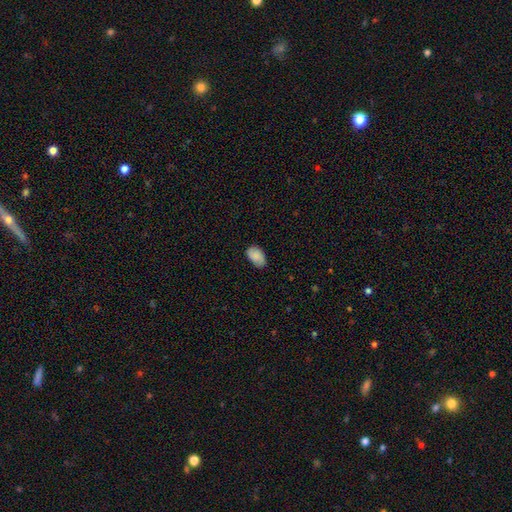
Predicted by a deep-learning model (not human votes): The model was most divided on "merging": none: 77%, minor disturbance: 19%, major disturbance: 3%, merger: 1%. More confident: how rounded — in between (91%); smooth or featured — smooth (87%).